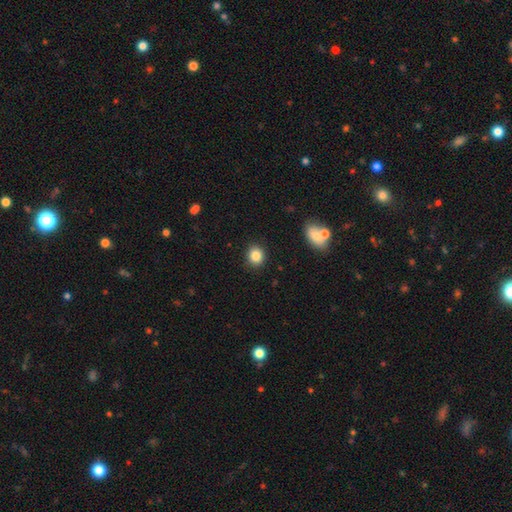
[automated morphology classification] smooth 84%, star or artifact 10%, featured or disk 6%. Down the decision tree: how rounded — round (79%); merging — none (90%).